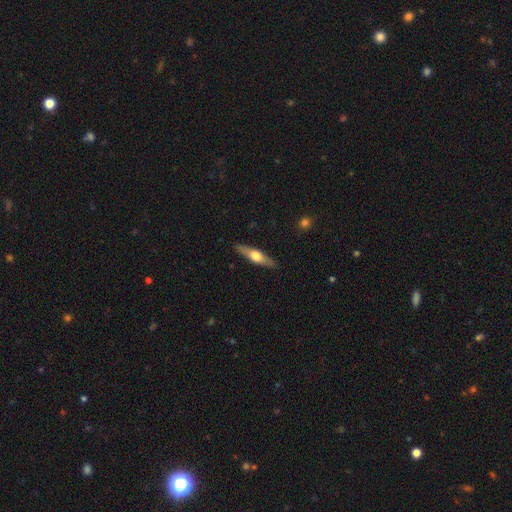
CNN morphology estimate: smooth_or_featured: featured or disk (p=0.55) [alt: smooth p=0.40]
disk_edge_on: yes (p=0.92) [alt: no p=0.08]
edge_on_bulge: rounded (p=0.93) [alt: boxy p=0.04]
merging: none (p=0.89) [alt: minor disturbance p=0.08]